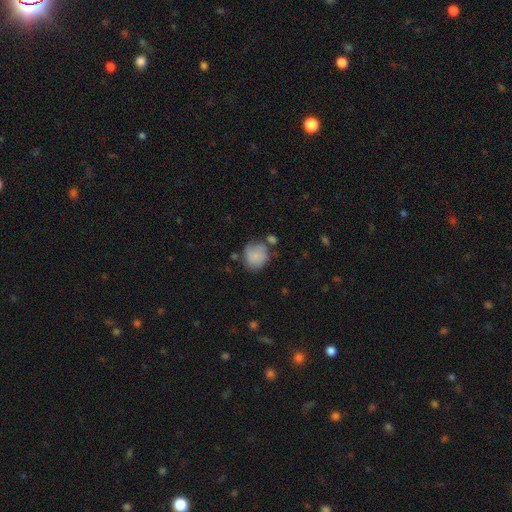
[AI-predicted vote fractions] A smooth galaxy with no disk features (78%) that is round (74%).

Vote fractions:
- Smooth or featured? smooth: 78% / featured or disk: 14% / star or artifact: 8%
- How rounded? round: 74% / in between: 25% / cigar-shaped: 1%
- Merging? none: 48% / minor disturbance: 27% / major disturbance: 13% / merger: 12%